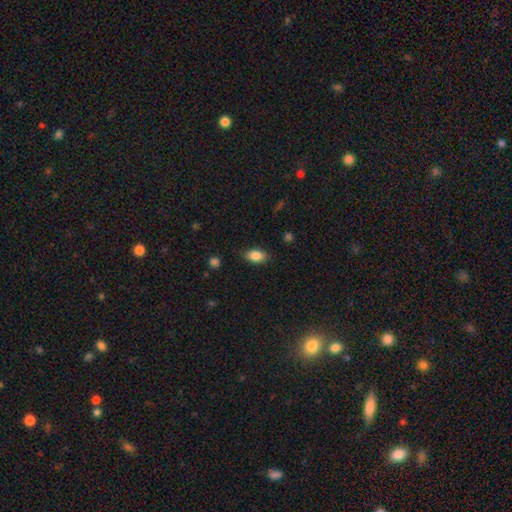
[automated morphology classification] The model was most divided on "merging": none: 81%, minor disturbance: 15%, major disturbance: 3%, merger: 1%. More confident: how rounded — in between (88%); smooth or featured — smooth (85%).